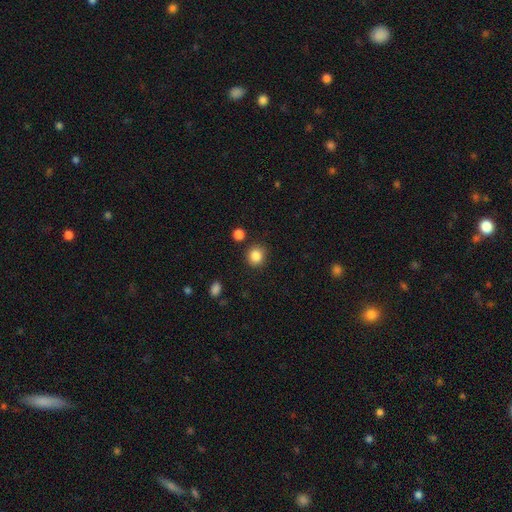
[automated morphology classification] Overall: smooth (86%). How rounded: round (85%). Merging: none (86%).